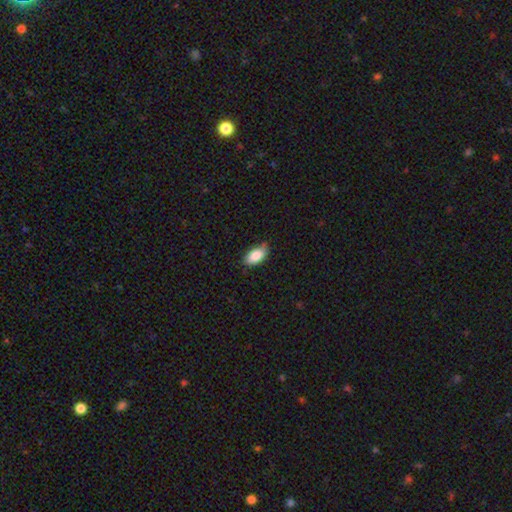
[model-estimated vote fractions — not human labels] Smooth or featured? Predicted: smooth (p=0.84). How rounded? Predicted: in between (p=0.92). Merging? Predicted: none (p=0.69).